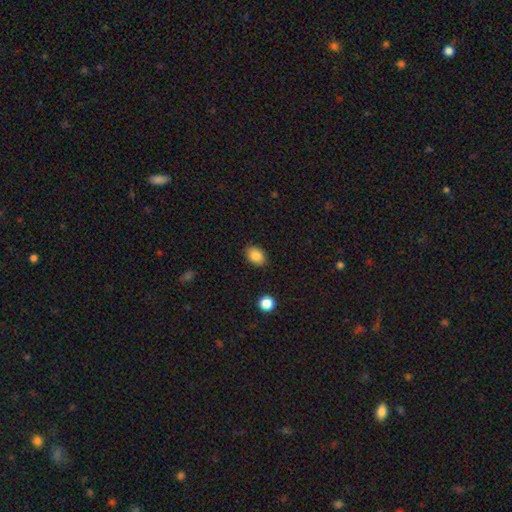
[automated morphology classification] Overall: smooth (86%). How rounded: in between (76%). Merging: none (84%).